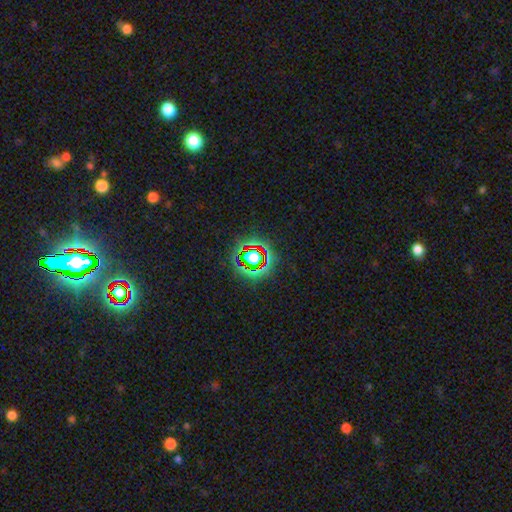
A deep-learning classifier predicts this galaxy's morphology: A star or artifact, not a galaxy (68%).